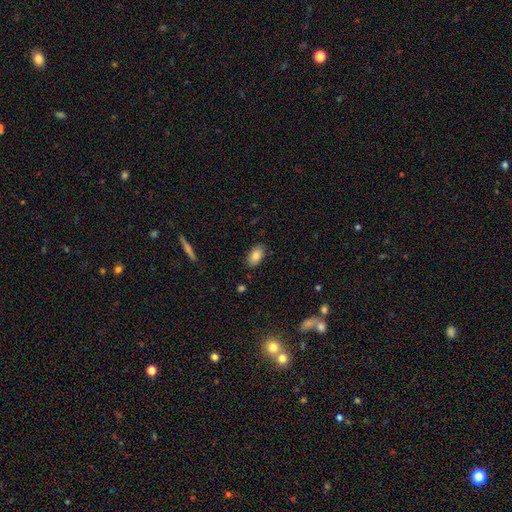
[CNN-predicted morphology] A smooth galaxy with no disk features (83%) that is in between round and cigar-shaped (93%). Merging: none (85%).